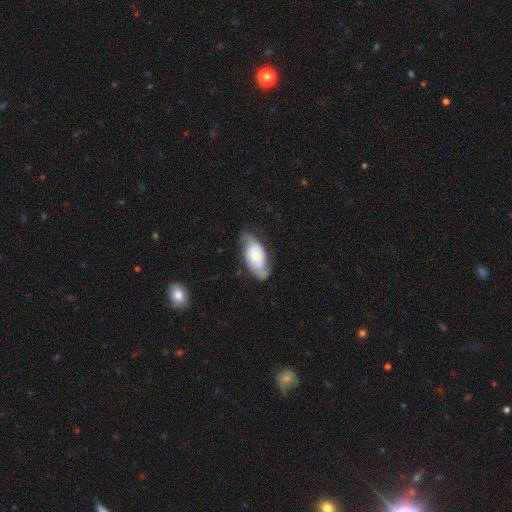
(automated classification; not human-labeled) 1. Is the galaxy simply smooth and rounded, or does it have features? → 49% smooth, 45% featured or disk, 6% star or artifact.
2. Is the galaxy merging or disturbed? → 62% none, 27% minor disturbance, 9% major disturbance, 2% merger.